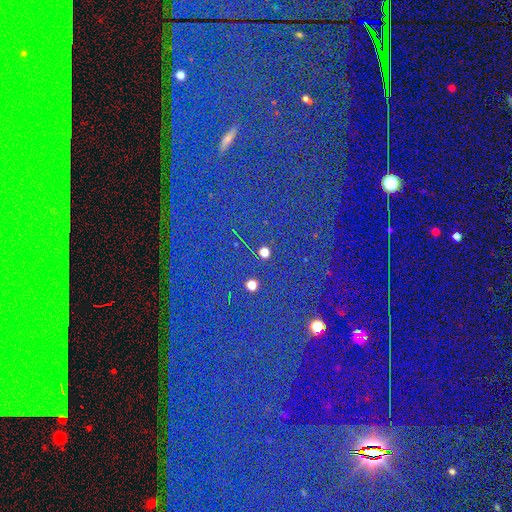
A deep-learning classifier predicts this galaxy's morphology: The model was most divided on "smooth or featured": star or artifact: 86%, featured or disk: 7%, smooth: 7%.